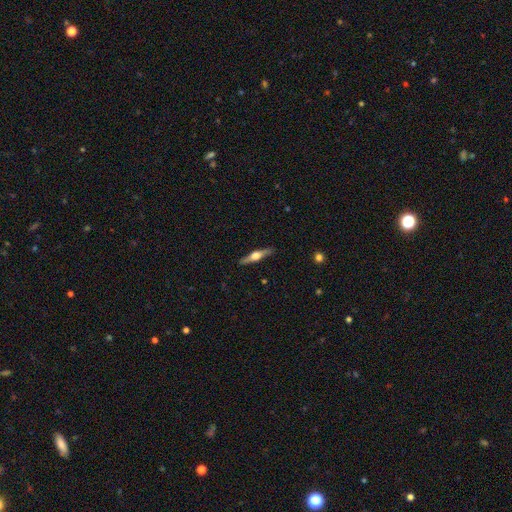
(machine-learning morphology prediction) Overall: featured or disk (69%). Edge-on disk: yes (97%). Edge-on bulge: rounded (93%). Merging: none (89%).